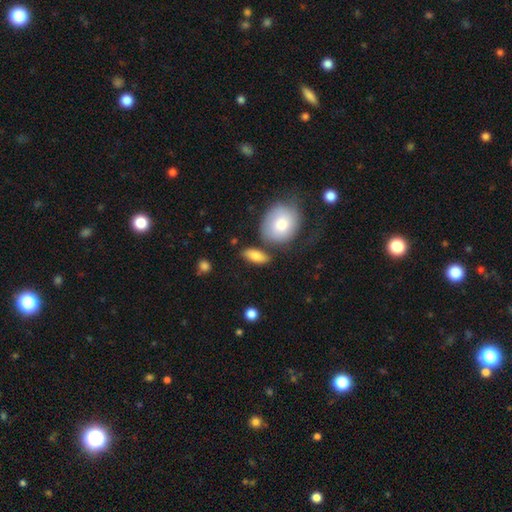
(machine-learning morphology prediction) Smooth or featured? smooth (81%)
How rounded? in between (79%)
Merging? none (70%)